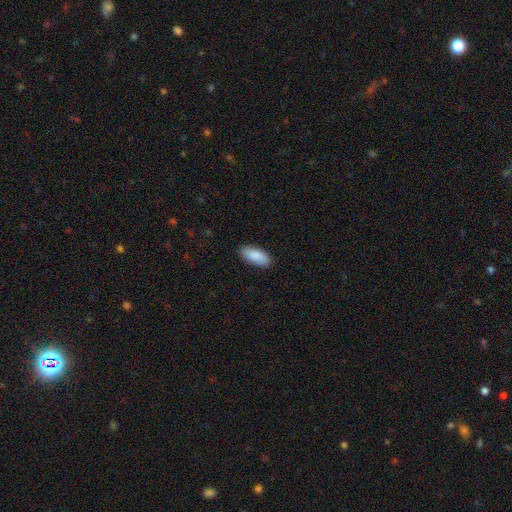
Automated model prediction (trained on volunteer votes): smooth_or_featured: smooth (p=0.89) [alt: star or artifact p=0.06]
how_rounded: in between (p=0.87) [alt: cigar-shaped p=0.11]
merging: none (p=0.88) [alt: minor disturbance p=0.09]